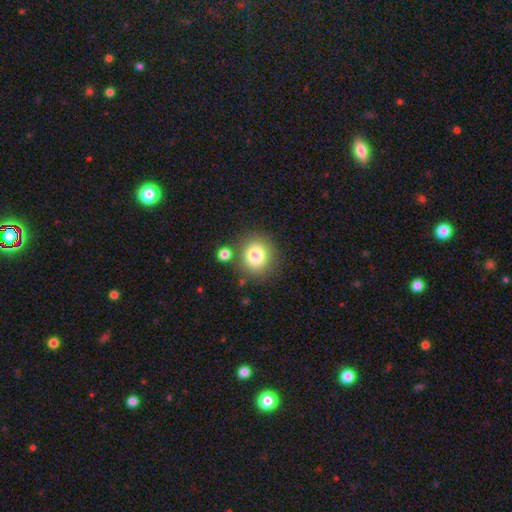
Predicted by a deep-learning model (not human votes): This appears to be a smooth galaxy with no disk features (79%) that is round (84%). Merging: none (79%).